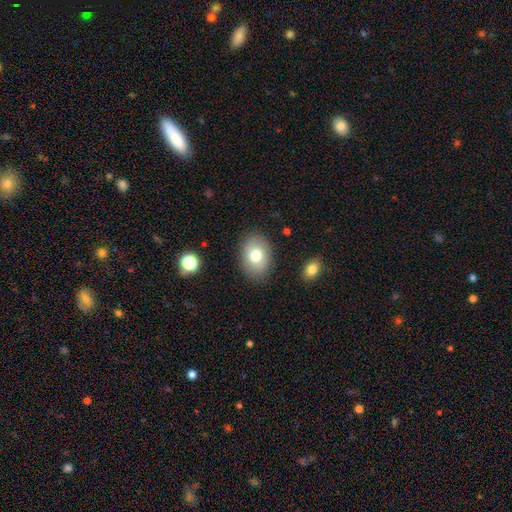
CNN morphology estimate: This is likely a smooth galaxy (77%). How rounded: likely in between (77%). Merging: clearly none (86%).